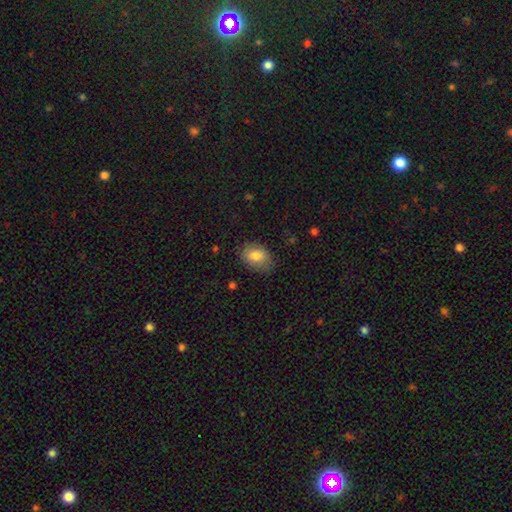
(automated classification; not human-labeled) Overall: smooth (80%). How rounded: in between (82%). Merging: none (74%).